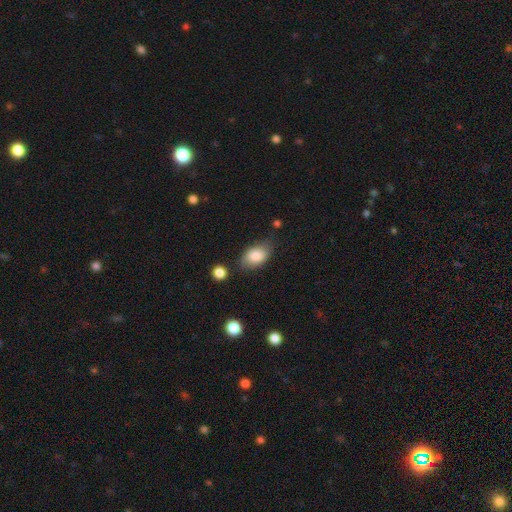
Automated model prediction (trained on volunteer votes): smooth 85%, featured or disk 8%, star or artifact 7%. Down the decision tree: how rounded — in between (90%); merging — none (71%).